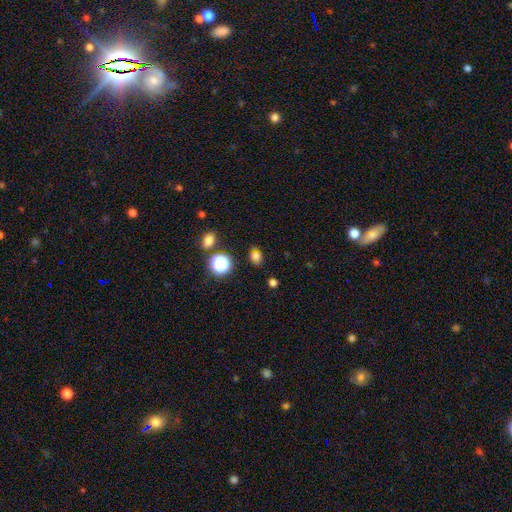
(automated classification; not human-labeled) Smooth or featured?
  - smooth: 72% *
  - star or artifact: 22%
  - featured or disk: 6%
How rounded?
  - in between: 54% *
  - round: 45%
  - cigar-shaped: 1%
Merging?
  - none: 74% *
  - minor disturbance: 15%
  - merger: 7%
  - major disturbance: 4%